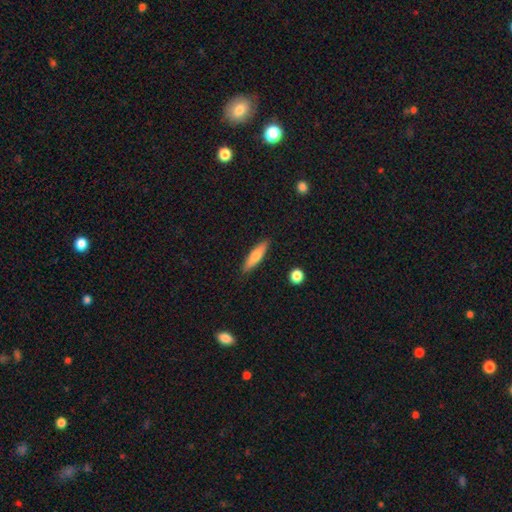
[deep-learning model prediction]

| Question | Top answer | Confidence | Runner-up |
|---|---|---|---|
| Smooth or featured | smooth | 66% | featured or disk (28%) |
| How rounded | cigar-shaped | 75% | in between (23%) |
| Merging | none | 88% | minor disturbance (9%) |